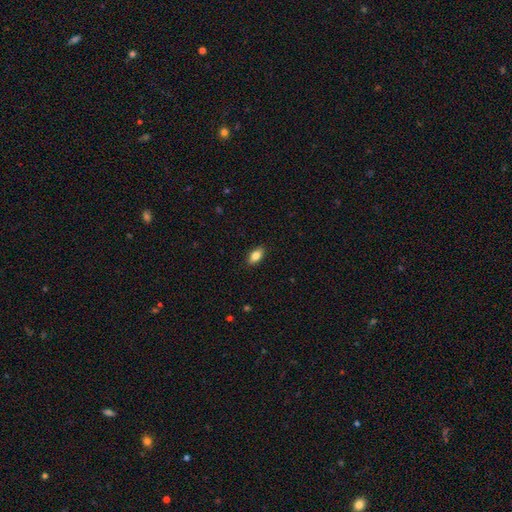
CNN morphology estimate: A smooth galaxy with no disk features (84%) that is in between round and cigar-shaped (90%).

Vote fractions:
- Smooth or featured? smooth: 84% / featured or disk: 8% / star or artifact: 8%
- How rounded? in between: 90% / round: 5% / cigar-shaped: 5%
- Merging? none: 88% / minor disturbance: 9% / major disturbance: 2% / merger: 1%